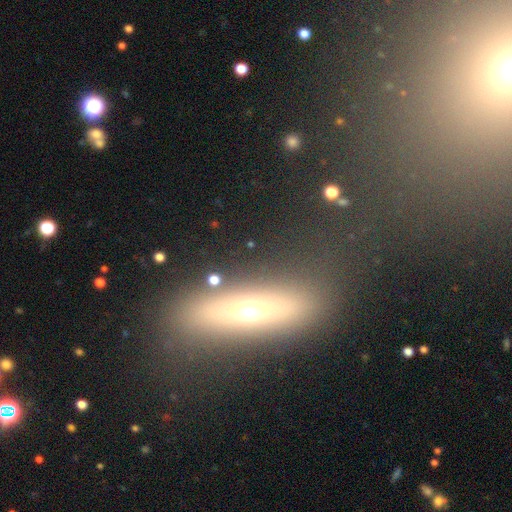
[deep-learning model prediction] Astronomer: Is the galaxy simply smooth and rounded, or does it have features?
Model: smooth — 41%, tied with featured or disk at 41%.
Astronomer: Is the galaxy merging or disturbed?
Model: none — 75%.